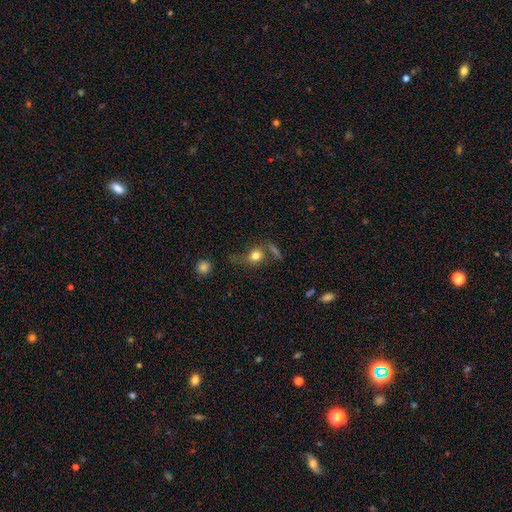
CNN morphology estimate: This is likely a smooth galaxy (73%). How rounded: likely round (65%). Merging: possibly none (50%).